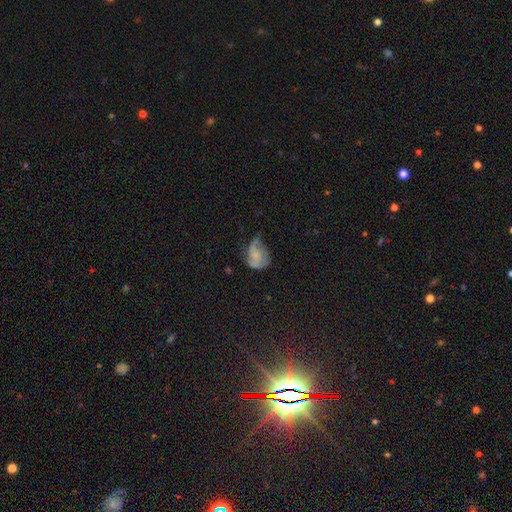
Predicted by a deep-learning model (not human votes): Smooth or featured?
  - featured or disk: 49% *
  - smooth: 41%
  - star or artifact: 10%
Merging?
  - none: 33% * (tied)
  - minor disturbance: 33% * (tied)
  - major disturbance: 31%
  - merger: 3%